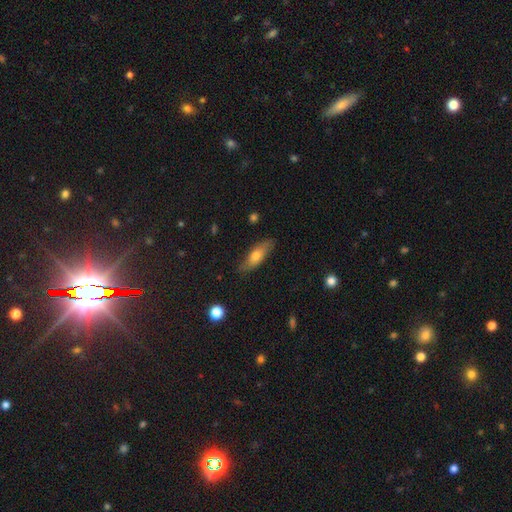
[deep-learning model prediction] The model was most divided on "how rounded": in between: 58%, cigar-shaped: 39%, round: 3%. More confident: merging — none (80%); smooth or featured — smooth (67%).